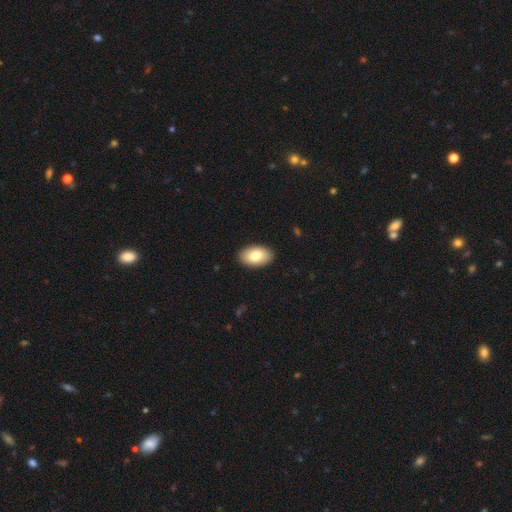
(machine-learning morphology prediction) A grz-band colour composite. It shows a smooth galaxy with no disk features (83%) that is in between round and cigar-shaped (94%). Merging: none (90%).